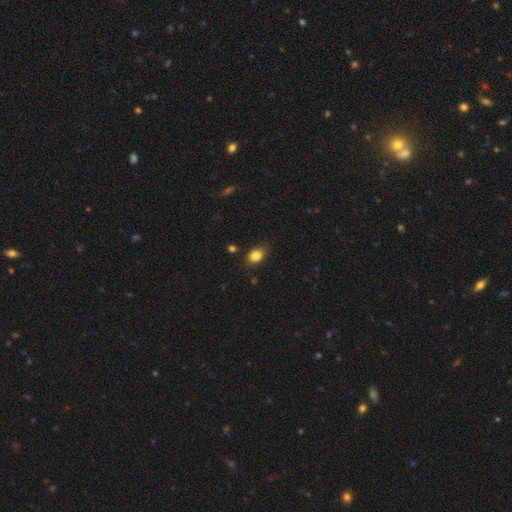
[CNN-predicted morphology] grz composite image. It shows a smooth galaxy with no disk features (84%) that is in between round and cigar-shaped (64%). Merging: none (80%).